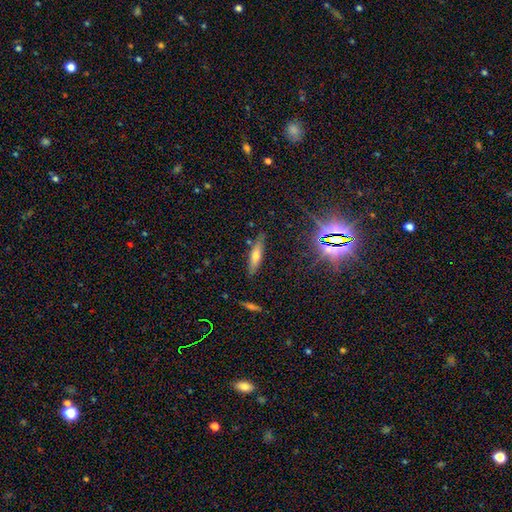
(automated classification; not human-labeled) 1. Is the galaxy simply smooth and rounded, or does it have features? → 56% smooth, 32% featured or disk, 12% star or artifact.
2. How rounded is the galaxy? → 73% cigar-shaped, 25% in between, 2% round.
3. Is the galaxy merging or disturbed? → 82% none, 12% minor disturbance, 3% merger, 3% major disturbance.